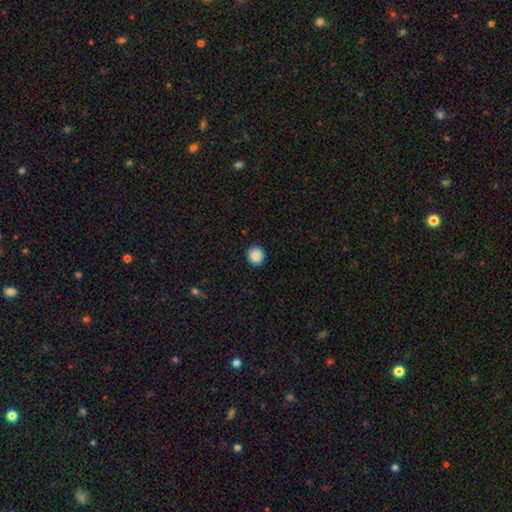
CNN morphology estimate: This appears to be a smooth galaxy with no disk features (88%) that is round (90%). Merging: none (91%).